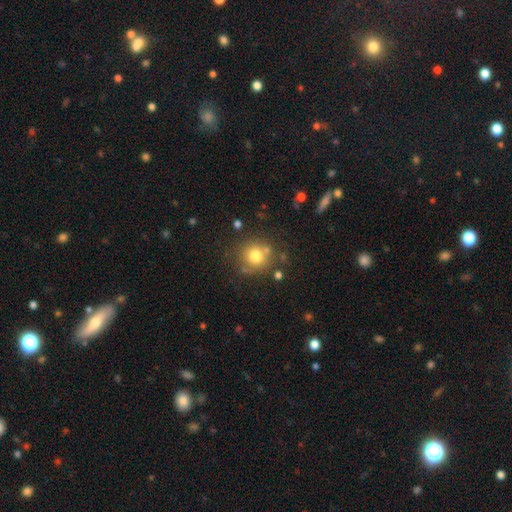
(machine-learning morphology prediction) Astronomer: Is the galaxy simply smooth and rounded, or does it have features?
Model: smooth — 76%.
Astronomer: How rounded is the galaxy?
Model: round — 90%.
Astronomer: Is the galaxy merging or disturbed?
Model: none — 73%.